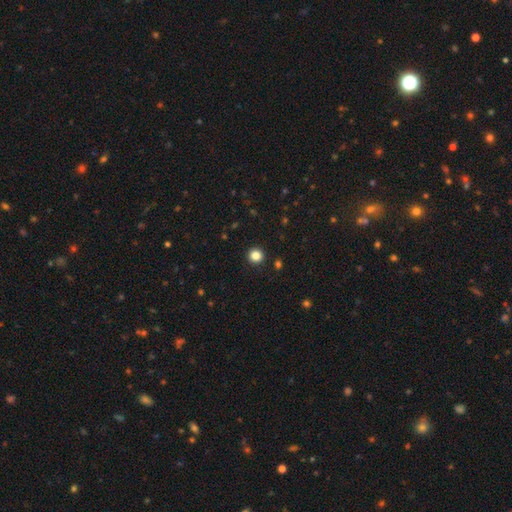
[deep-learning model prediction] smooth-or-featured: smooth: 85% | star or artifact: 12% | featured or disk: 4%
  how-rounded: round: 95% | in between: 4% | cigar-shaped: 1%
  merging: none: 93% | minor disturbance: 4% | major disturbance: 2% | merger: 1%